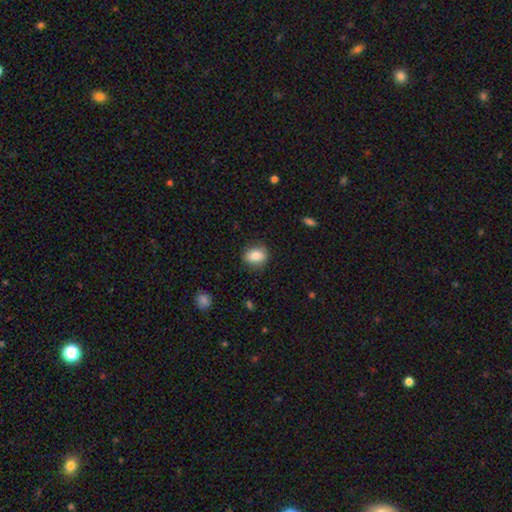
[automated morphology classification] Overall: smooth (84%). How rounded: in between (56%; round 43%). Merging: none (85%).